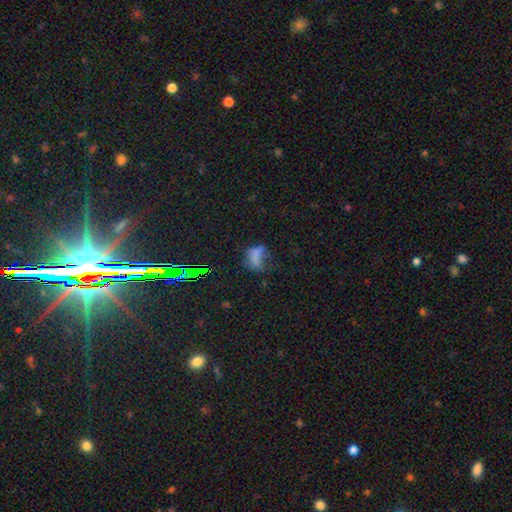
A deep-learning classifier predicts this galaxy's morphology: Smooth or featured: smooth — 54% (star or artifact — 24%)
How rounded: in between — 75% (round — 19%)
Merging: major disturbance — 41% (none — 29%)